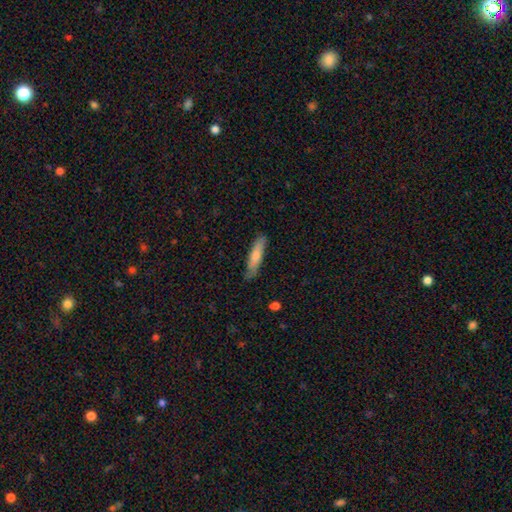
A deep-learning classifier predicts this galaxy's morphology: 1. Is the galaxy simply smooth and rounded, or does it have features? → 71% smooth, 24% featured or disk, 6% star or artifact.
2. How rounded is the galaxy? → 81% cigar-shaped, 18% in between, 2% round.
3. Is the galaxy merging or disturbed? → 76% none, 19% minor disturbance, 3% major disturbance, 2% merger.